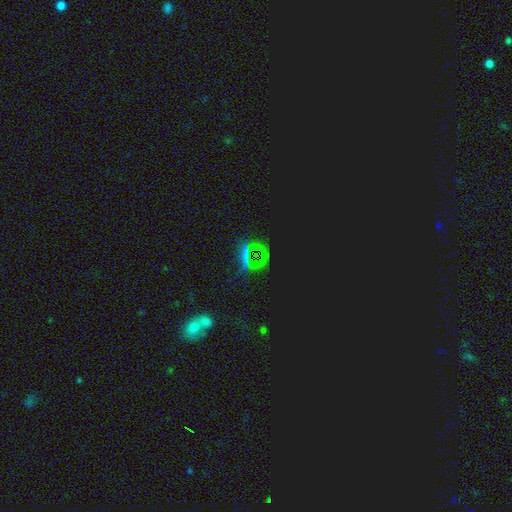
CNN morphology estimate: This is likely a star or artifact rather than a galaxy (74%).